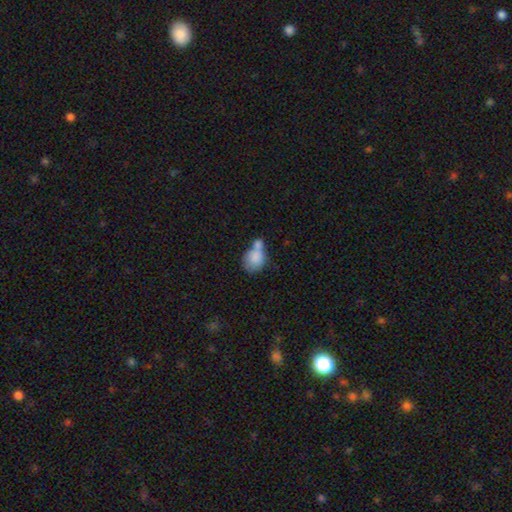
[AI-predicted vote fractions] Smooth or featured?
  - smooth: 80% *
  - featured or disk: 12%
  - star or artifact: 8%
How rounded?
  - in between: 51% *
  - round: 47%
  - cigar-shaped: 2%
Merging?
  - merger: 56% *
  - none: 25%
  - minor disturbance: 13%
  - major disturbance: 7%